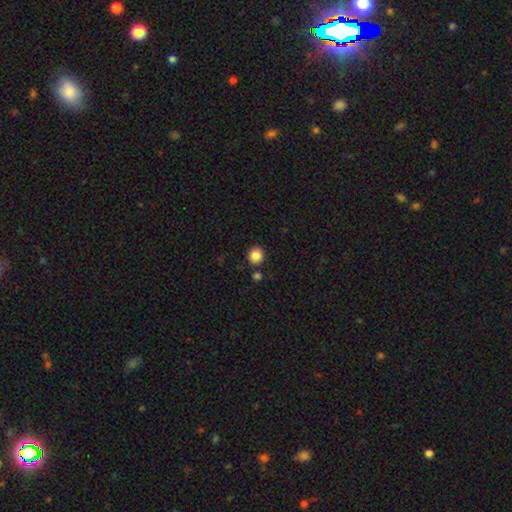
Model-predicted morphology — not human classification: The model was most divided on "smooth or featured": smooth: 87%, star or artifact: 10%, featured or disk: 3%. More confident: how rounded — round (91%); merging — none (86%).